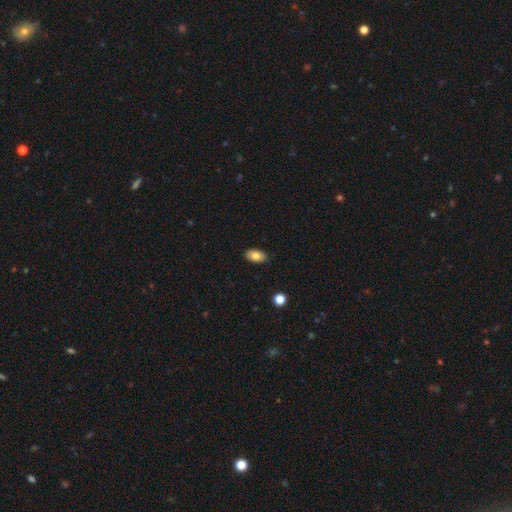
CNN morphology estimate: smooth_or_featured: smooth (p=0.80) [alt: featured or disk p=0.12]
how_rounded: in between (p=0.92) [alt: round p=0.06]
merging: none (p=0.86) [alt: minor disturbance p=0.11]